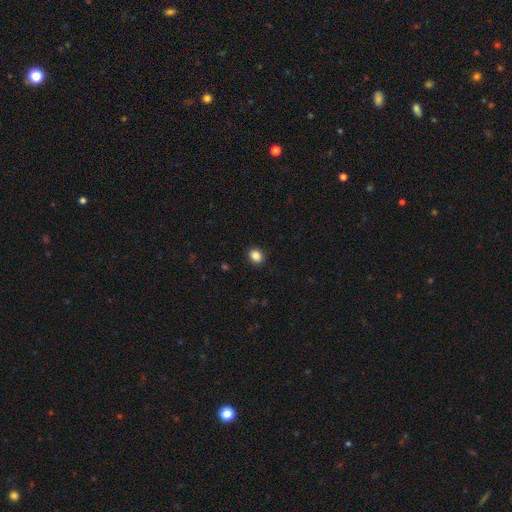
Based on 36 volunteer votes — Morphology: type=smooth (92%); roundness=in between (55%); merging=none (85%).